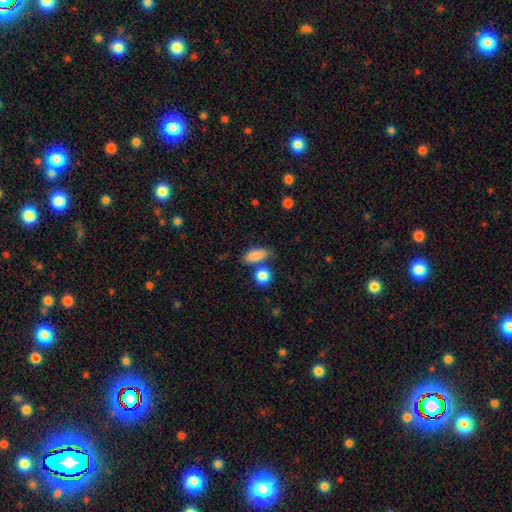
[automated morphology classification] A smooth galaxy with no disk features (86%) that is in between round and cigar-shaped (83%). Merging: none (58%).